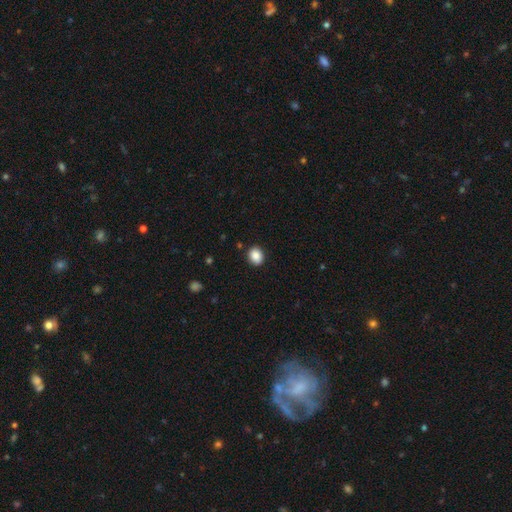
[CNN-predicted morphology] smooth 88%, star or artifact 8%, featured or disk 3%. Down the decision tree: how rounded — round (52%); merging — none (89%).